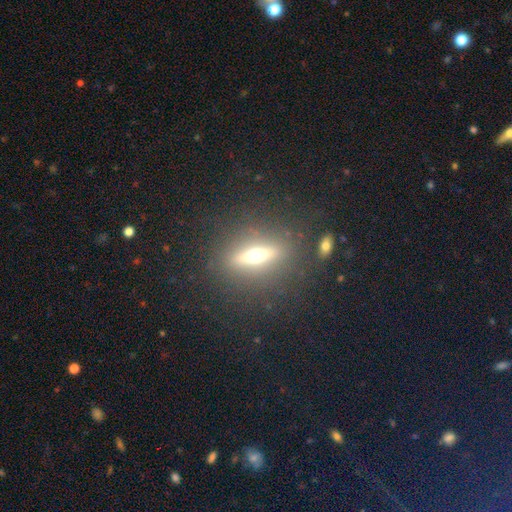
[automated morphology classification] type=featured or disk (56%); edge-on=yes (80%); merging=none (83%).